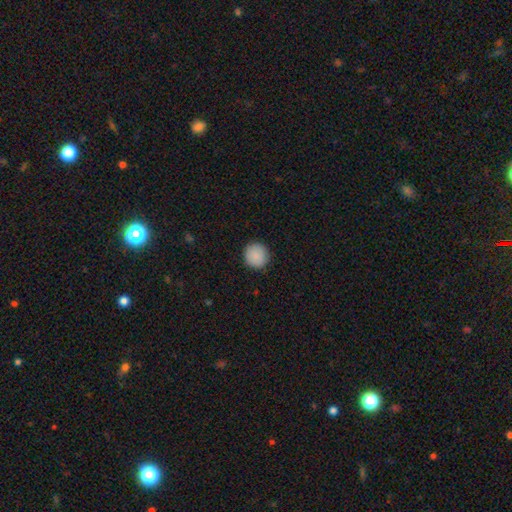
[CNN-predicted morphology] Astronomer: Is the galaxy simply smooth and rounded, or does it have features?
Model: smooth — 89%.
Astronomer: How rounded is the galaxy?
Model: round — 94%.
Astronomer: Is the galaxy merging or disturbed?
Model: none — 91%.